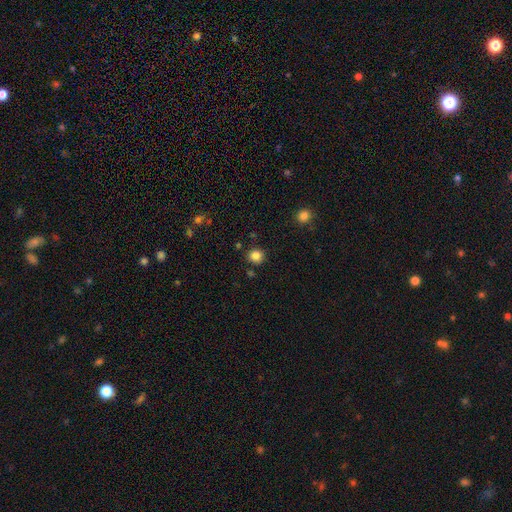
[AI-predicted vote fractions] This appears to be a smooth galaxy with no disk features (85%) that is round (88%). Merging: none (87%).